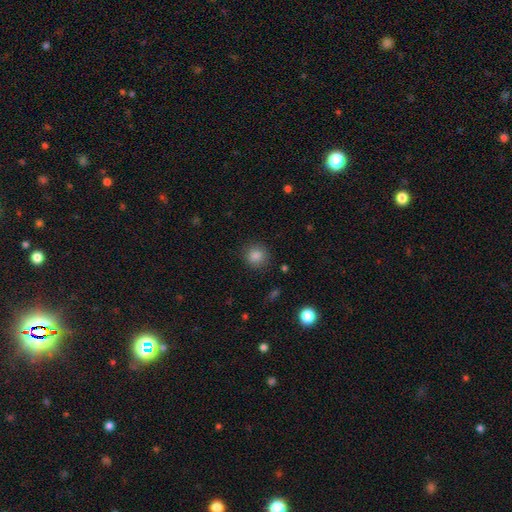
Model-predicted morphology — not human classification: Smooth or featured? smooth (85%)
How rounded? round (87%)
Merging? none (87%)